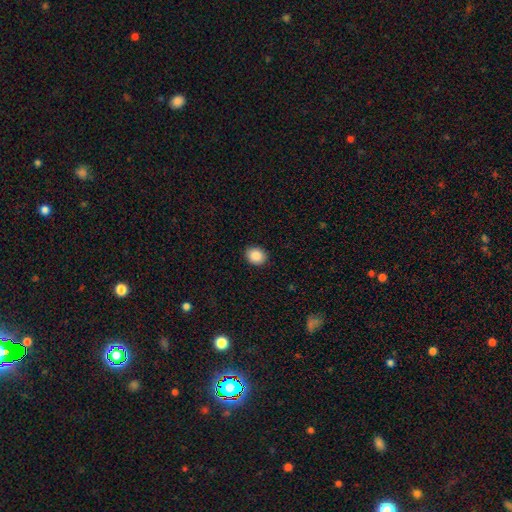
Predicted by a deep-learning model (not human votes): Overall: smooth (89%). How rounded: round (60%; in between 39%). Merging: none (89%).